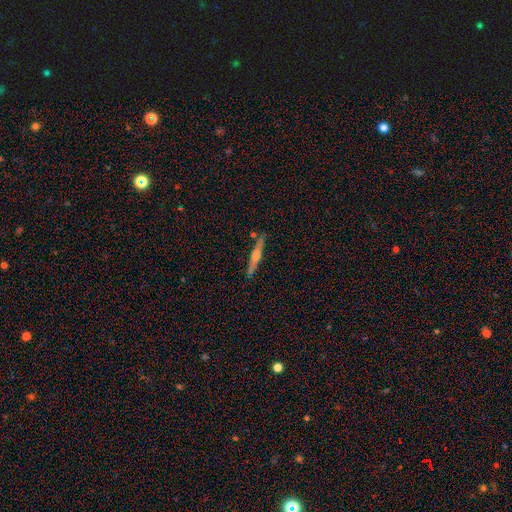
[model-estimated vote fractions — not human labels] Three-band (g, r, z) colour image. It shows a featured or disk galaxy (68%) viewed edge-on (97%) with a rounded central bulge (79%). Merging: none (88%).